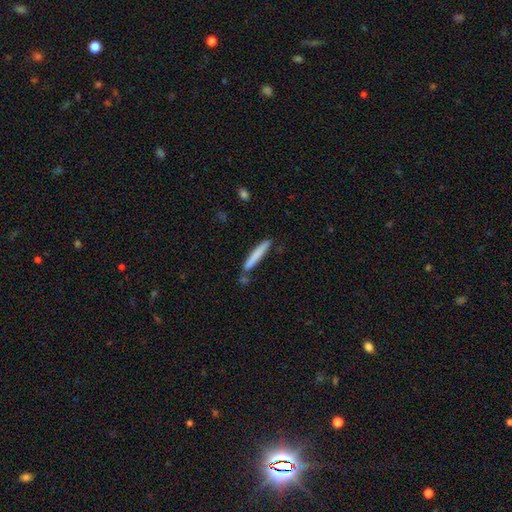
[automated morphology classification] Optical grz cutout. It shows a smooth galaxy with no disk features (75%) that is cigar-shaped (96%). Merging: none (79%).